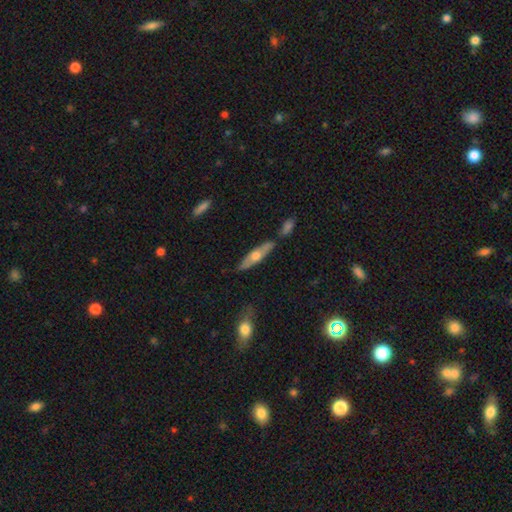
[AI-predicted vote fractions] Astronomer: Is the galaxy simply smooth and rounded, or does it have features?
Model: featured or disk — 53% (runner-up: smooth, 41%).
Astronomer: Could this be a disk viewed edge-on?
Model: yes — 83%.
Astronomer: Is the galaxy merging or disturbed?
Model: none — 77%.